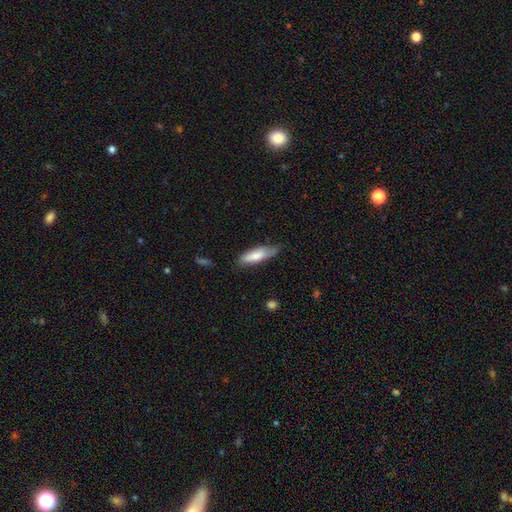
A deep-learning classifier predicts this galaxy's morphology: smooth 75%, featured or disk 19%, star or artifact 6%. Down the decision tree: how rounded — cigar-shaped (51%); merging — none (64%).